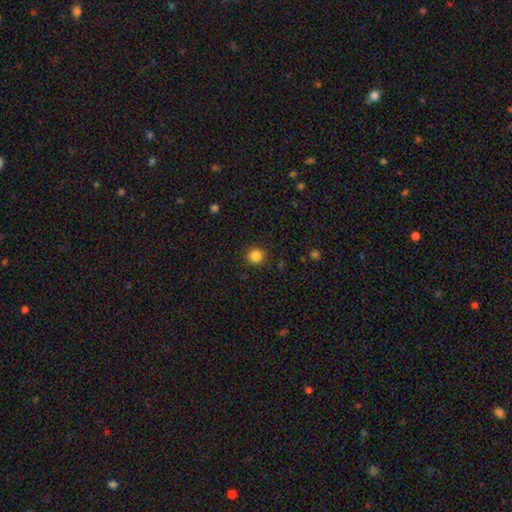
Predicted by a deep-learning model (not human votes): The model was most divided on "smooth or featured": smooth: 85%, star or artifact: 12%, featured or disk: 3%. More confident: how rounded — round (92%); merging — none (90%).